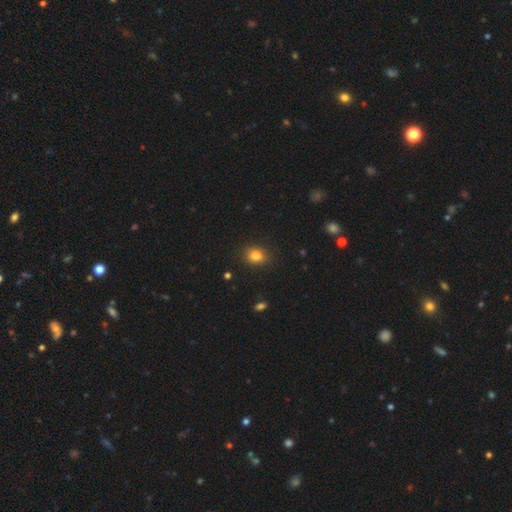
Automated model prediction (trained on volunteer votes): Q: Smooth or featured?
A: smooth (82%); runner-up: star or artifact (12%)
Q: How rounded?
A: round (54%); runner-up: in between (44%)
Q: Merging?
A: none (87%); runner-up: minor disturbance (10%)